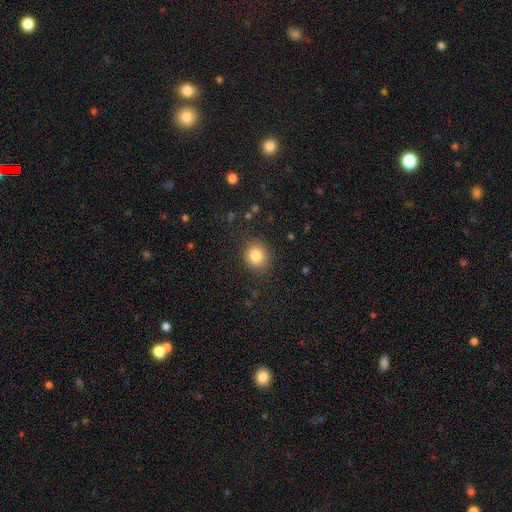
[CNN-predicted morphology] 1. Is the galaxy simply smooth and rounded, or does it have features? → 82% smooth, 11% star or artifact, 7% featured or disk.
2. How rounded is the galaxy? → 75% round, 24% in between, 1% cigar-shaped.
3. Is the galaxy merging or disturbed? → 86% none, 9% minor disturbance, 3% major disturbance, 1% merger.